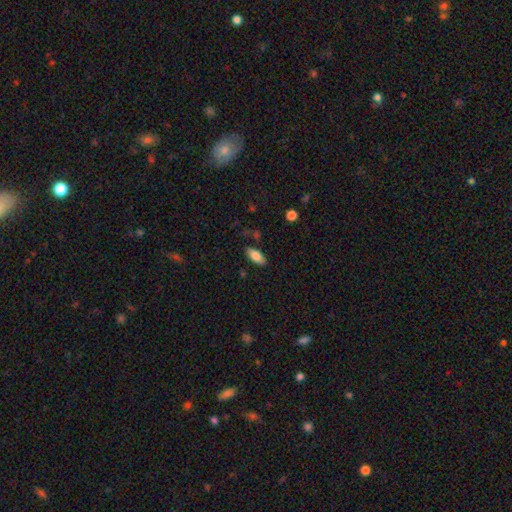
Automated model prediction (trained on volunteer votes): Morphology: type=smooth (82%); roundness=in between (86%); merging=none (82%).